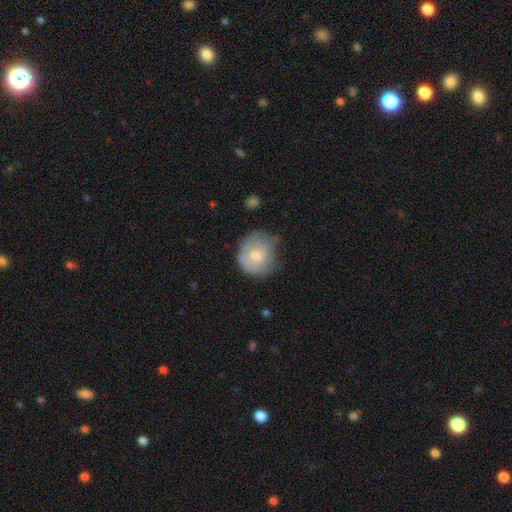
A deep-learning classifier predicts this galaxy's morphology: Q: Smooth or featured?
A: smooth (62%); runner-up: featured or disk (30%)
Q: How rounded?
A: round (82%); runner-up: in between (17%)
Q: Merging?
A: none (56%); runner-up: minor disturbance (32%)